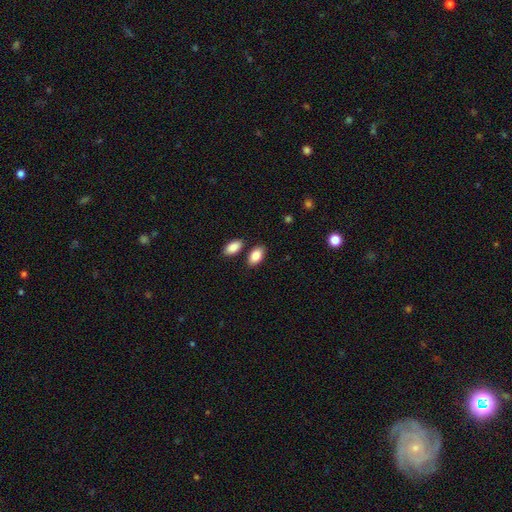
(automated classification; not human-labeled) Smooth or featured: smooth — 87% (star or artifact — 7%)
How rounded: in between — 93% (round — 6%)
Merging: none — 77% (minor disturbance — 11%)